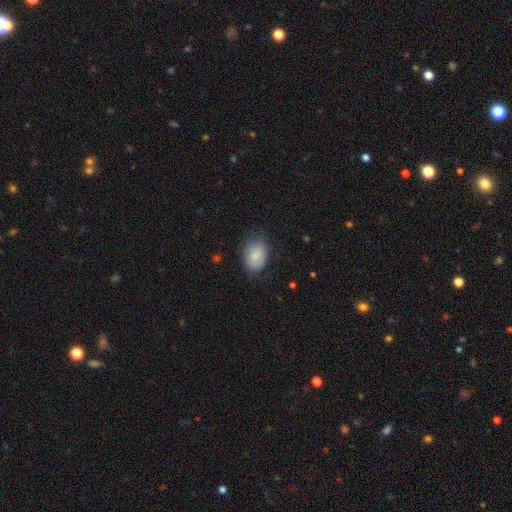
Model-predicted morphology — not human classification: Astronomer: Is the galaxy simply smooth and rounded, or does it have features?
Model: smooth — 83%.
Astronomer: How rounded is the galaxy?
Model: in between — 73%.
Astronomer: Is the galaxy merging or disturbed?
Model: none — 68%.